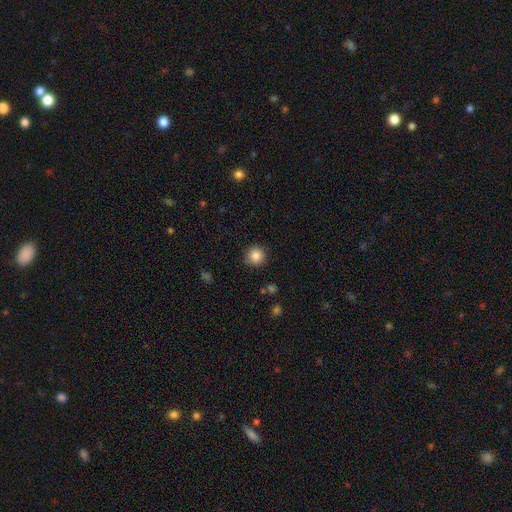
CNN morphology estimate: Overall: smooth (86%). How rounded: round (94%). Merging: none (89%).